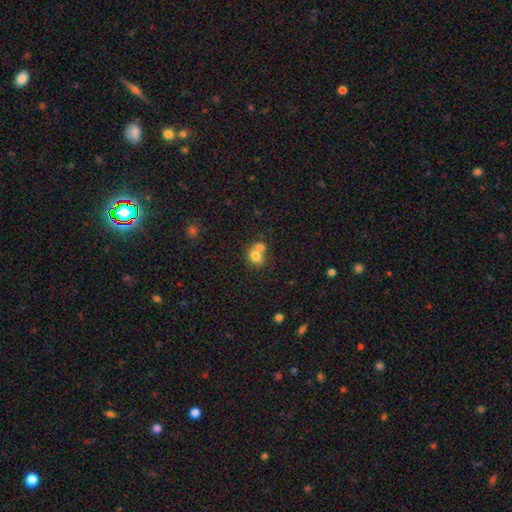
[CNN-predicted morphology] smooth 74%, featured or disk 16%, star or artifact 10%. Down the decision tree: how rounded — round (52%); merging — merger (62%).